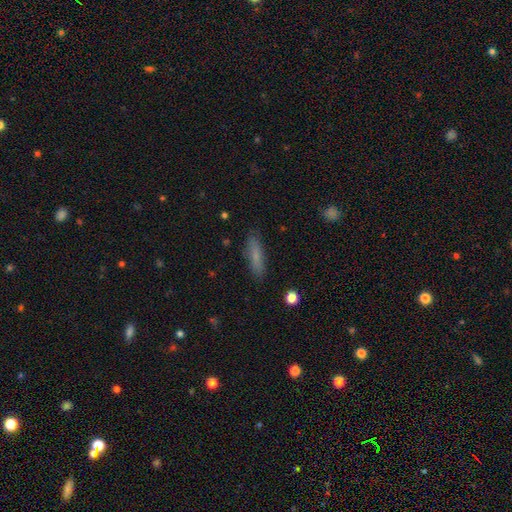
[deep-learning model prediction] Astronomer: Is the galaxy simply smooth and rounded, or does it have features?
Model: smooth — 74%.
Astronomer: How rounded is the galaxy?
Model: cigar-shaped — 72%.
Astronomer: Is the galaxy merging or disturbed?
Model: none — 86%.